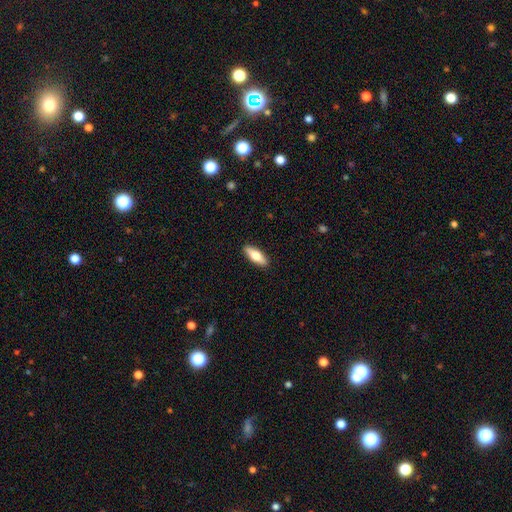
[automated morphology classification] Smooth or featured? Predicted: smooth (p=0.68). How rounded? Predicted: in between (p=0.61). Merging? Predicted: none (p=0.90).